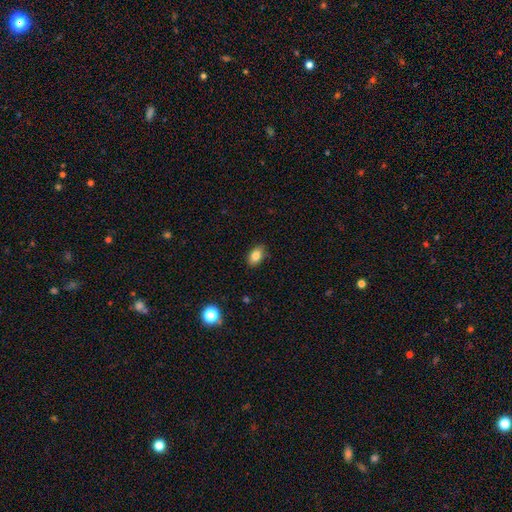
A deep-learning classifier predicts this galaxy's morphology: smooth_or_featured: smooth (p=0.84) [alt: star or artifact p=0.09]
how_rounded: in between (p=0.86) [alt: round p=0.12]
merging: none (p=0.86) [alt: minor disturbance p=0.11]